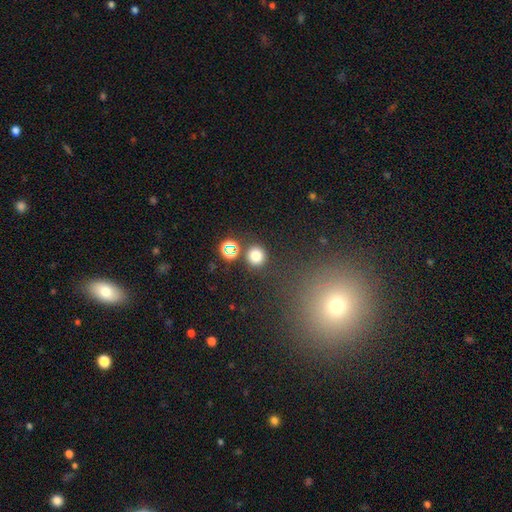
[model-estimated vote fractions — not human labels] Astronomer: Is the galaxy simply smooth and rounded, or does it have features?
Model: smooth — 78%.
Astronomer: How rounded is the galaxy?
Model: round — 90%.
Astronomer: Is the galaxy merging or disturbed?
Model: none — 81%.